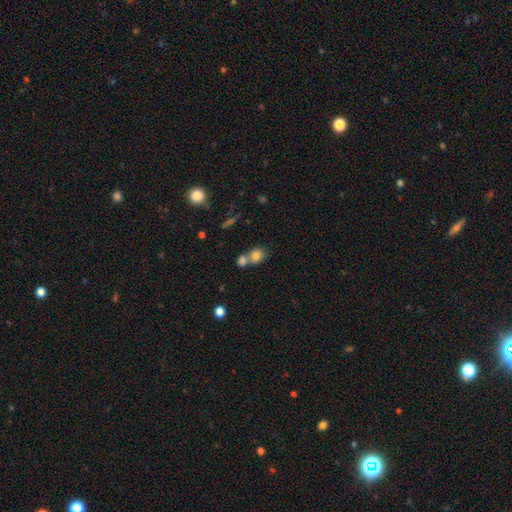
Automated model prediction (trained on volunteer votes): smooth_or_featured: smooth (p=0.78) [alt: featured or disk p=0.12]
how_rounded: round (p=0.61) [alt: in between p=0.37]
merging: merger (p=0.50) [alt: none p=0.39]